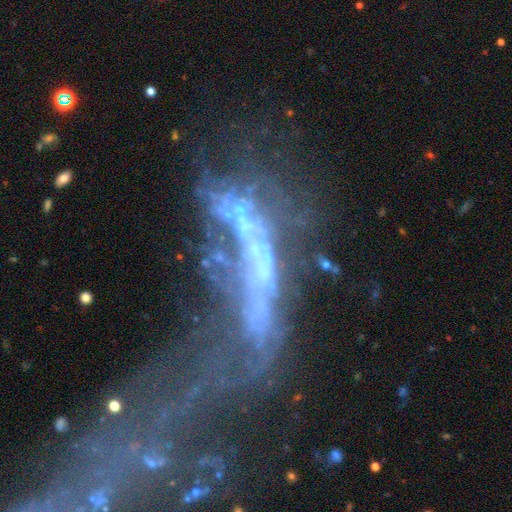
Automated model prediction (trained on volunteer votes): This appears to be a featured or disk galaxy (62%). Merging: major disturbance (43%).